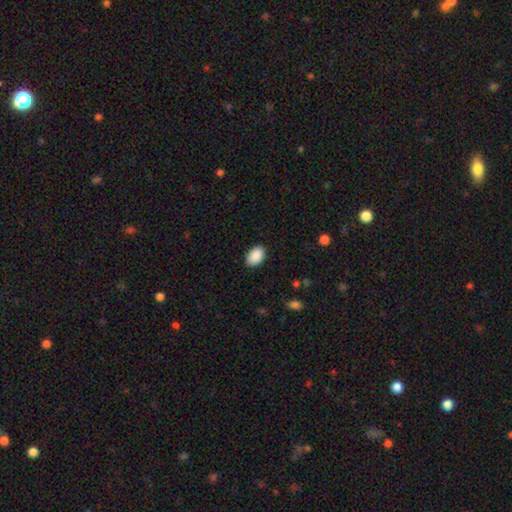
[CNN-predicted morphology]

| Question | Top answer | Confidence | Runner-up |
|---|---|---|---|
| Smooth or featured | smooth | 91% | star or artifact (7%) |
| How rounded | in between | 89% | round (10%) |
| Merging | none | 89% | minor disturbance (8%) |